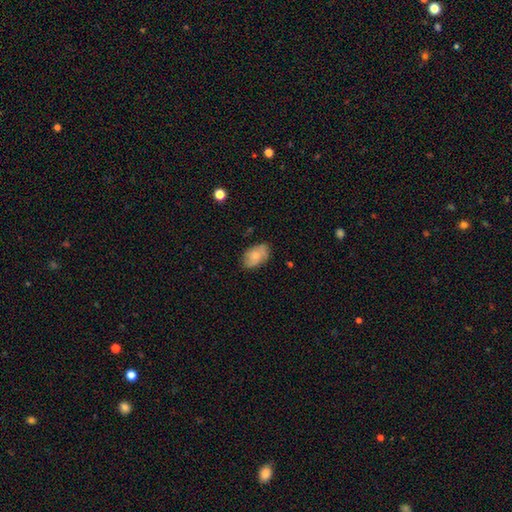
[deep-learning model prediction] A smooth galaxy with no disk features (67%) that is in between round and cigar-shaped (90%). Merging: none (76%).